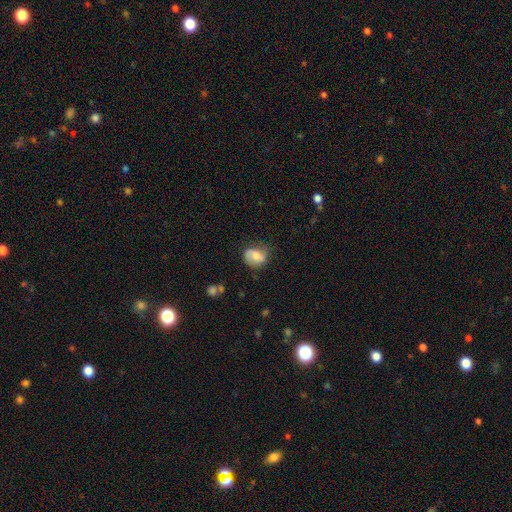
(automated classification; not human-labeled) Q: Smooth or featured?
A: smooth (54%); runner-up: featured or disk (38%)
Q: How rounded?
A: round (53%); runner-up: in between (46%)
Q: Merging?
A: none (59%); runner-up: minor disturbance (29%)